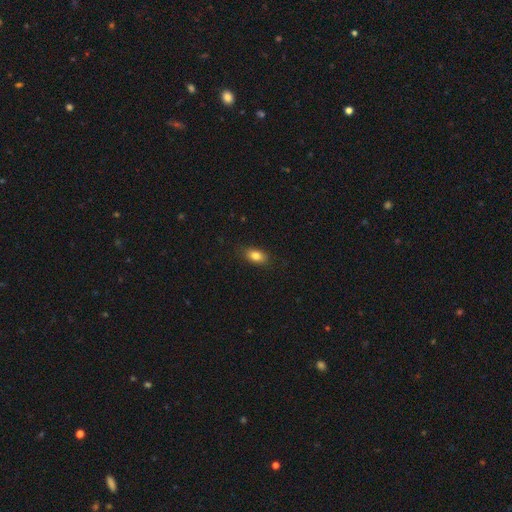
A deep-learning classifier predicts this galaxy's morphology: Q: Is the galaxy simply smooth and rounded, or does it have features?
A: smooth — 83%.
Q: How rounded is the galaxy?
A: in between — 86%.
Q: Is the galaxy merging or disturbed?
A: none — 86%.